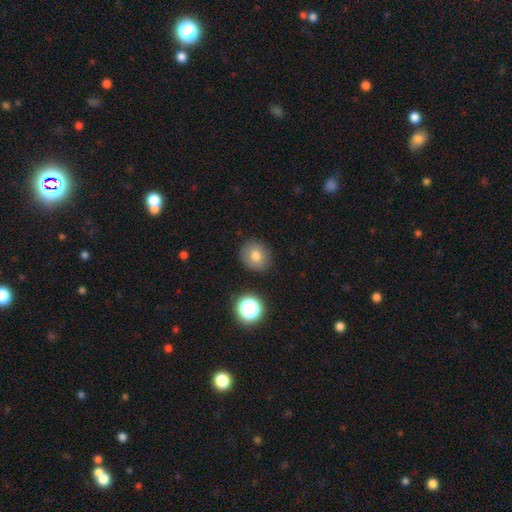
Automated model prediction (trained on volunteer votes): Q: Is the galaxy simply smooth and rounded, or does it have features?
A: smooth — 76%.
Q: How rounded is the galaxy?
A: round — 78%.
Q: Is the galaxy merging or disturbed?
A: none — 87%.